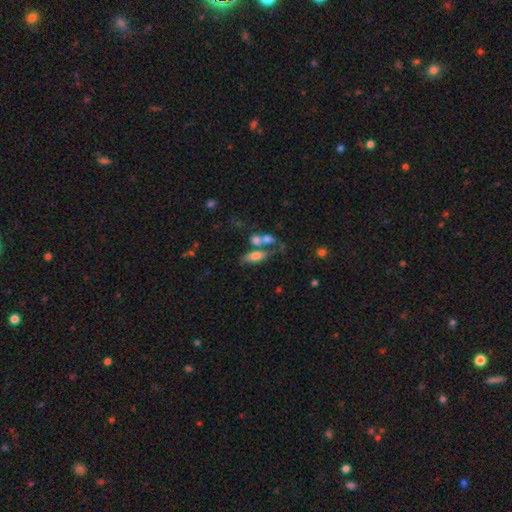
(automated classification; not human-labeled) smooth-or-featured: smooth: 64% | featured or disk: 26% | star or artifact: 9%
  how-rounded: in between: 73% | cigar-shaped: 23% | round: 5%
  merging: merger: 39% | none: 37% | minor disturbance: 13% | major disturbance: 10%